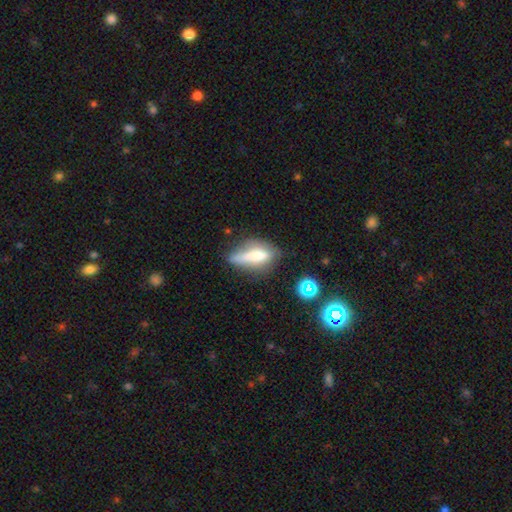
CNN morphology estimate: A smooth galaxy with no disk features (58%) that is in between round and cigar-shaped (51%).

Vote fractions:
- Smooth or featured? smooth: 58% / featured or disk: 31% / star or artifact: 10%
- How rounded? in between: 51% / cigar-shaped: 45% / round: 4%
- Merging? none: 48% / minor disturbance: 29% / major disturbance: 16% / merger: 7%